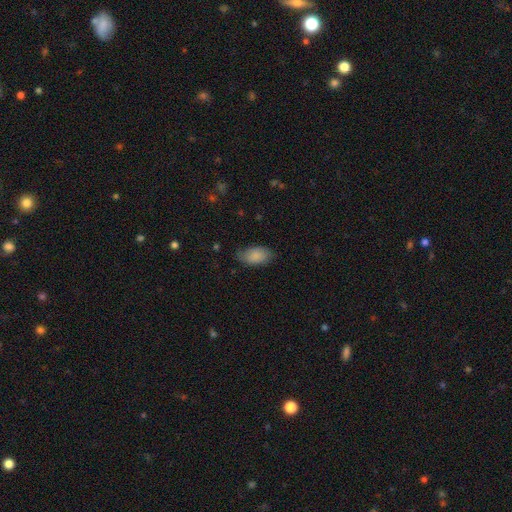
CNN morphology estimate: smooth-or-featured: smooth: 86% | featured or disk: 8% | star or artifact: 7%
  how-rounded: in between: 94% | round: 4% | cigar-shaped: 2%
  merging: none: 74% | minor disturbance: 21% | major disturbance: 5% | merger: 1%